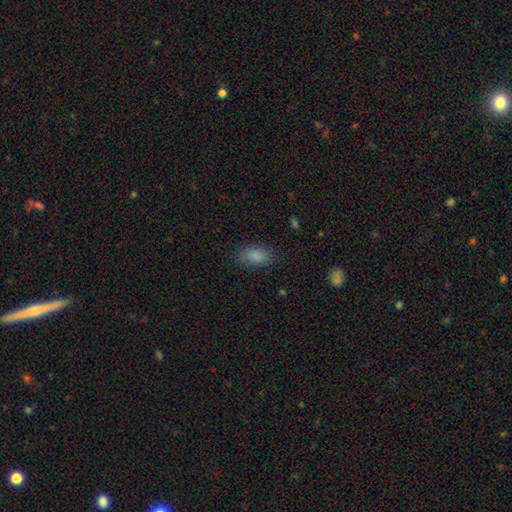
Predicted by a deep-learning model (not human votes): This appears to be a smooth galaxy with no disk features (86%) that is in between round and cigar-shaped (91%). Merging: none (84%).